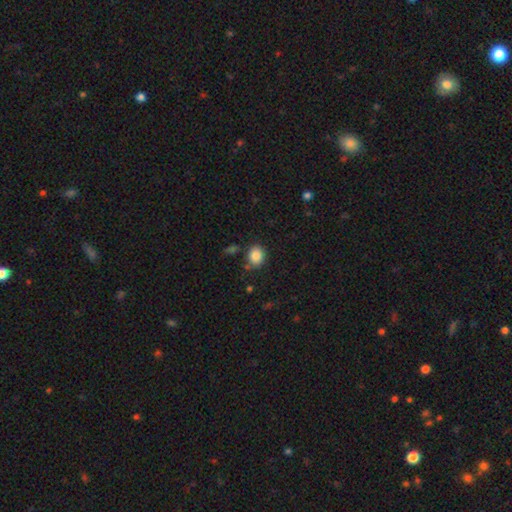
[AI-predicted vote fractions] Smooth or featured: smooth — 86% (star or artifact — 9%)
How rounded: round — 55% (in between — 44%)
Merging: none — 81% (minor disturbance — 11%)